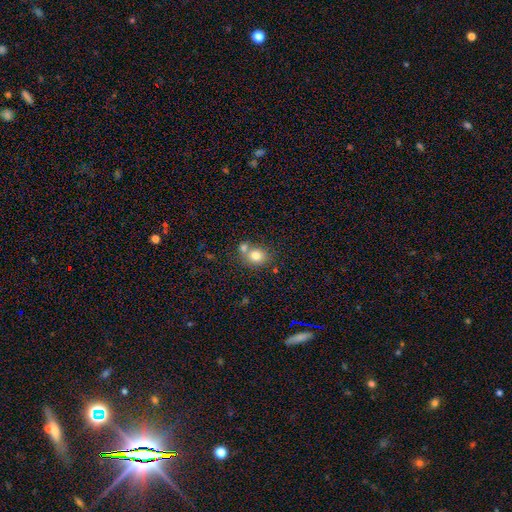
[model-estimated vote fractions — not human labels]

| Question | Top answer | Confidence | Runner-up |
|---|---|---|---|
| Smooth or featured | smooth | 79% | featured or disk (11%) |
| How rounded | round | 68% | in between (31%) |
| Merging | none | 50% | merger (36%) |